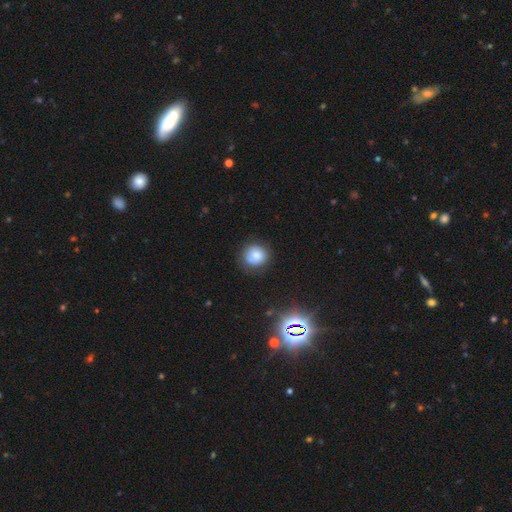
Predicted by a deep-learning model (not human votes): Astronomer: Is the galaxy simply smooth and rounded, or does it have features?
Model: smooth — 78%.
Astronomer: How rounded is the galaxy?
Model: round — 87%.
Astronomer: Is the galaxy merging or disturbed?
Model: none — 77%.